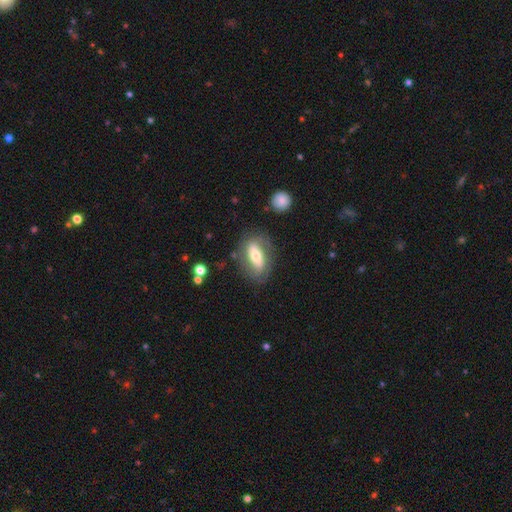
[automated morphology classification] Smooth or featured? Predicted: featured or disk (p=0.47). Merging? Predicted: none (p=0.74).